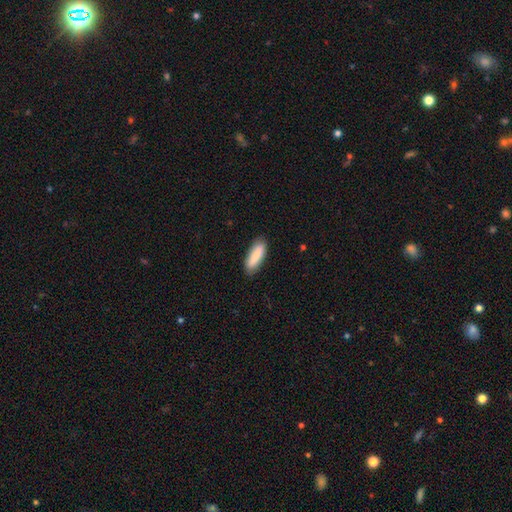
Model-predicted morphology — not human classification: This is clearly a smooth galaxy (84%). How rounded: likely in between (61%). Merging: clearly none (84%).